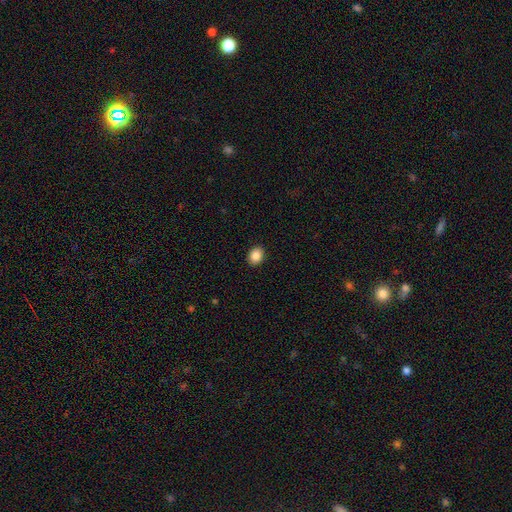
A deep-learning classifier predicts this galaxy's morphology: Smooth or featured?
  - smooth: 87% *
  - star or artifact: 9%
  - featured or disk: 4%
How rounded?
  - in between: 53% *
  - round: 46%
  - cigar-shaped: 1%
Merging?
  - none: 91% *
  - minor disturbance: 6%
  - major disturbance: 2%
  - merger: 1%